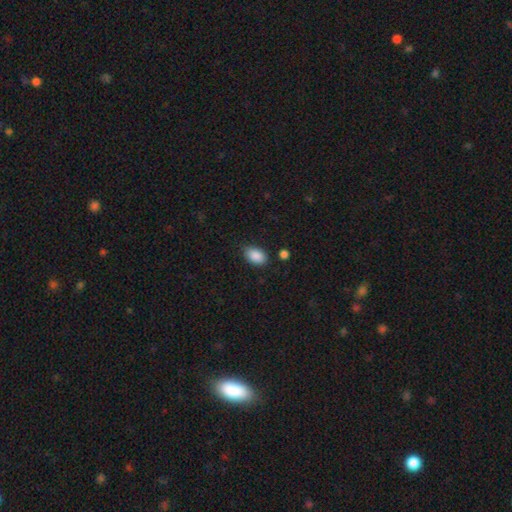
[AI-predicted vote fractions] Smooth or featured: smooth — 89% (star or artifact — 7%)
How rounded: in between — 90% (round — 9%)
Merging: none — 83% (minor disturbance — 12%)